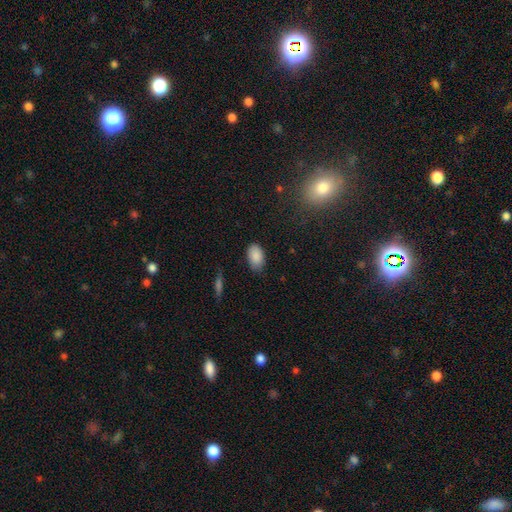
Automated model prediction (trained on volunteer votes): Morphology: type=smooth (88%); roundness=in between (92%); merging=none (79%).